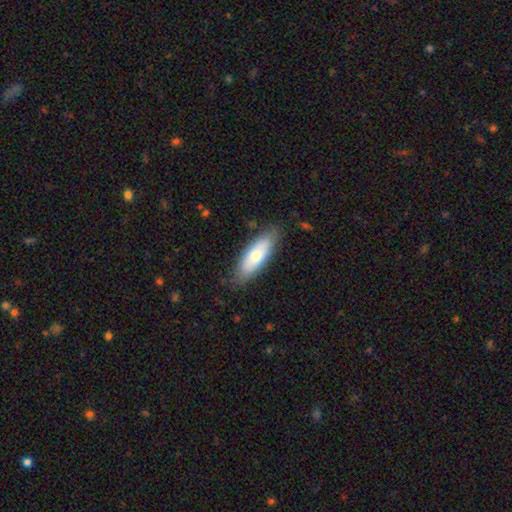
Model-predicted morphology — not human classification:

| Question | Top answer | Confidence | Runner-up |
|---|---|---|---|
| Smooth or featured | smooth | 69% | featured or disk (25%) |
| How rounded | in between | 65% | cigar-shaped (33%) |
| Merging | none | 82% | minor disturbance (14%) |